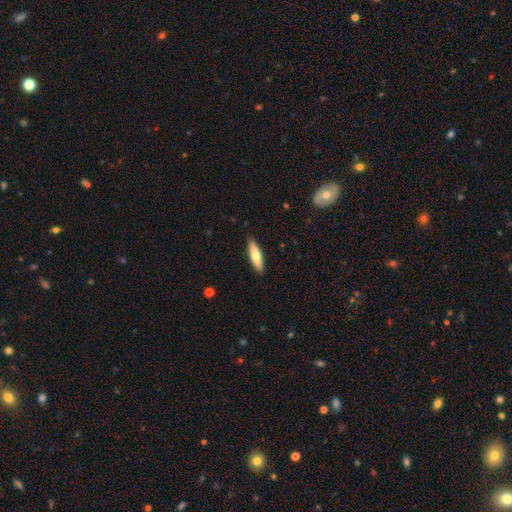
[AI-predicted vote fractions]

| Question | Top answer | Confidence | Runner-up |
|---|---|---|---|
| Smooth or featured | smooth | 71% | featured or disk (23%) |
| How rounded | cigar-shaped | 62% | in between (36%) |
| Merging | none | 90% | minor disturbance (8%) |